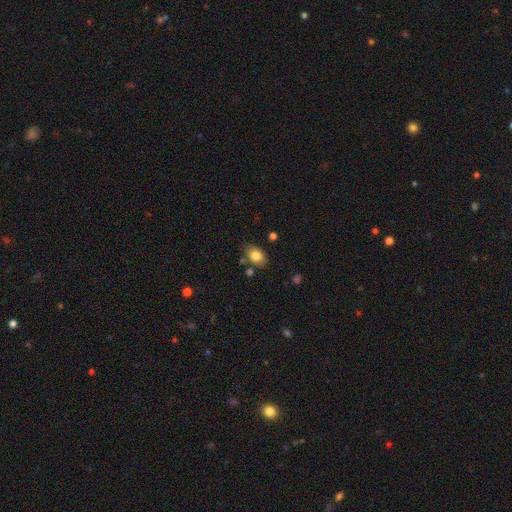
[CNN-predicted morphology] smooth 82%, featured or disk 9%, star or artifact 9%. Down the decision tree: how rounded — in between (78%); merging — none (73%).